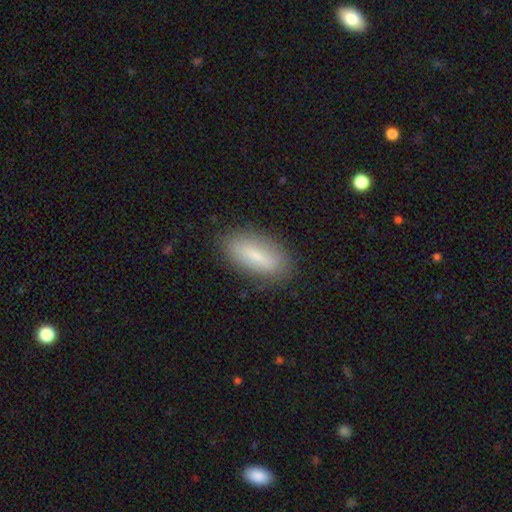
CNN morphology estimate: Overall: smooth (68%). How rounded: in between (74%). Merging: none (84%).